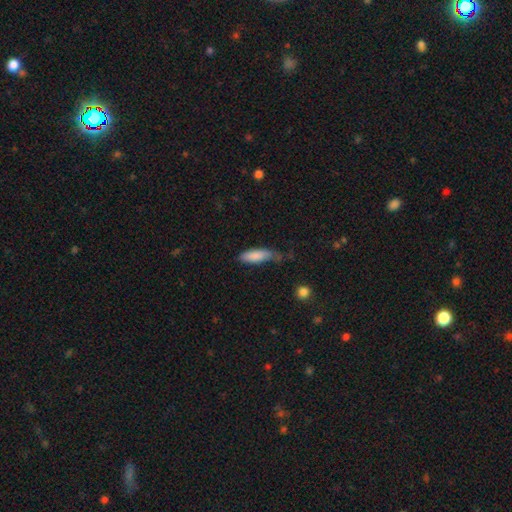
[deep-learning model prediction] smooth_or_featured: smooth (p=0.85) [alt: featured or disk p=0.08]
how_rounded: in between (p=0.59) [alt: cigar-shaped p=0.39]
merging: none (p=0.44) [alt: minor disturbance p=0.40]